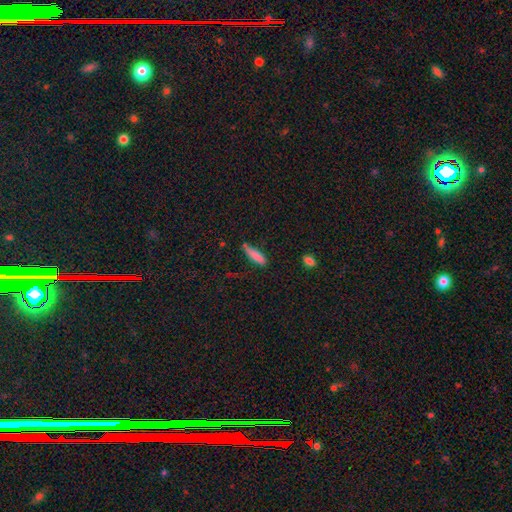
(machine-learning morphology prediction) type=smooth (82%); roundness=cigar-shaped (76%); merging=none (63%).